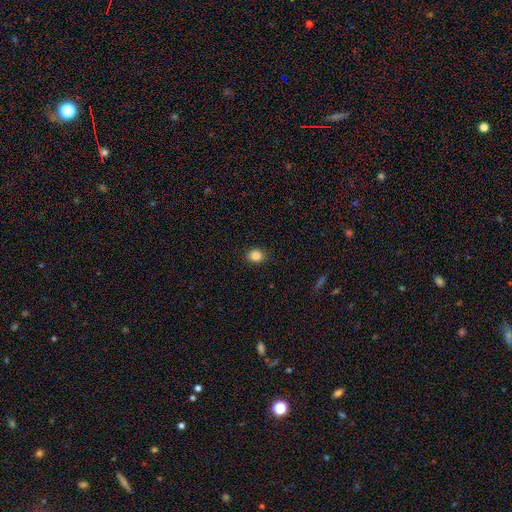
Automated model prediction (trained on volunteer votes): Smooth or featured: smooth — 86% (star or artifact — 10%)
How rounded: round — 60% (in between — 39%)
Merging: none — 88% (minor disturbance — 9%)